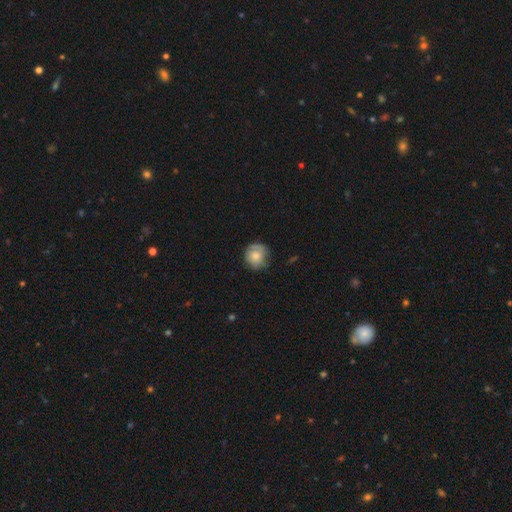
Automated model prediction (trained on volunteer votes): Q: Smooth or featured?
A: smooth (68%); runner-up: featured or disk (24%)
Q: How rounded?
A: round (87%); runner-up: in between (12%)
Q: Merging?
A: none (66%); runner-up: minor disturbance (25%)